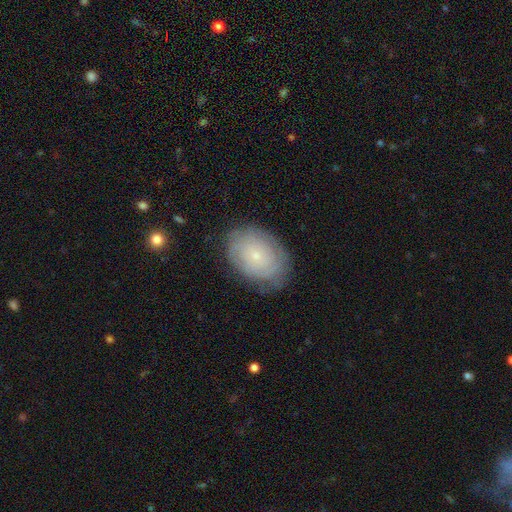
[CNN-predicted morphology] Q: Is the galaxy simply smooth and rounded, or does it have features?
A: featured or disk — 47%.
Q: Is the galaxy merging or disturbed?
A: none — 78%.